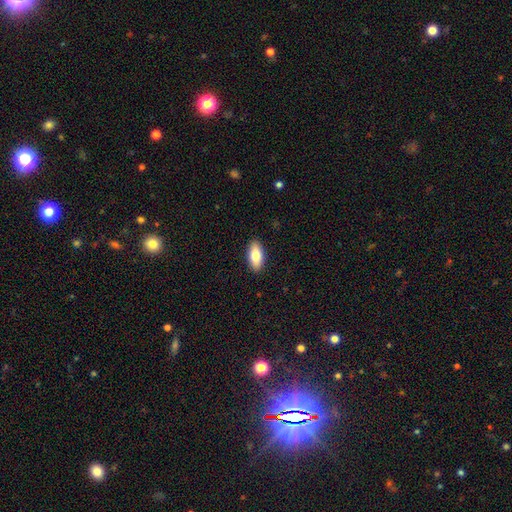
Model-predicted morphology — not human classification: smooth_or_featured: smooth (p=0.78) [alt: featured or disk p=0.16]
how_rounded: in between (p=0.88) [alt: cigar-shaped p=0.09]
merging: none (p=0.90) [alt: minor disturbance p=0.07]